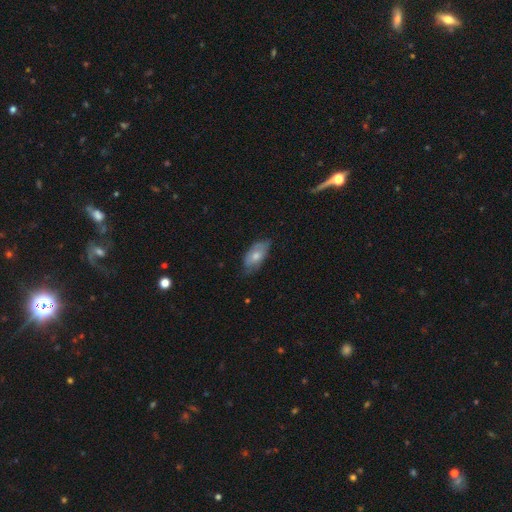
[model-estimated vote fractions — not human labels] smooth 59%, featured or disk 35%, star or artifact 6%. Down the decision tree: how rounded — in between (90%); merging — none (56%).